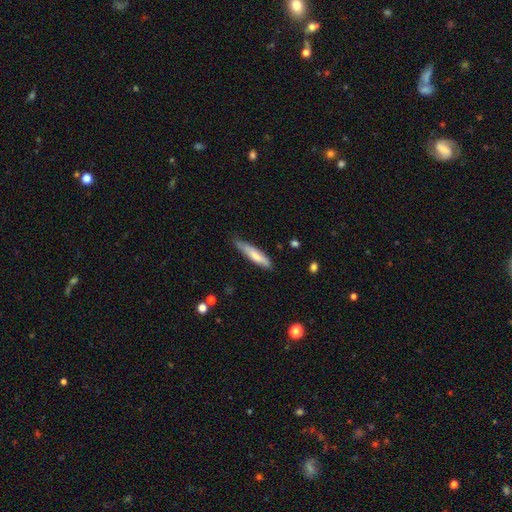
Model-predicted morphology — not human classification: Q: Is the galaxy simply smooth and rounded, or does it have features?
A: smooth — 73%.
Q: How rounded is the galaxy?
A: cigar-shaped — 79%.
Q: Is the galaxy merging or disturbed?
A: none — 68%.